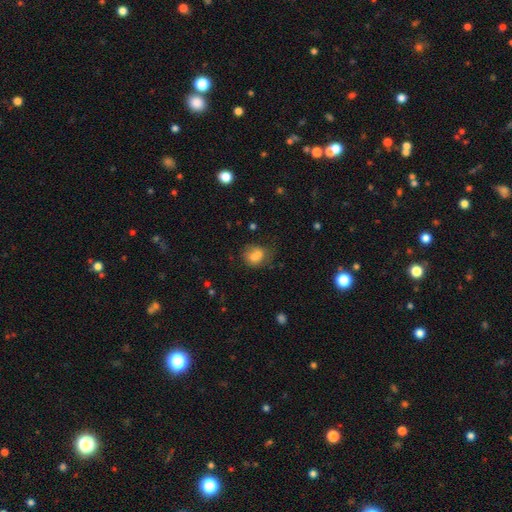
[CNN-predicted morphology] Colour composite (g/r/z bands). It shows a smooth galaxy with no disk features (74%) that is round (56%). Merging: none (41%).